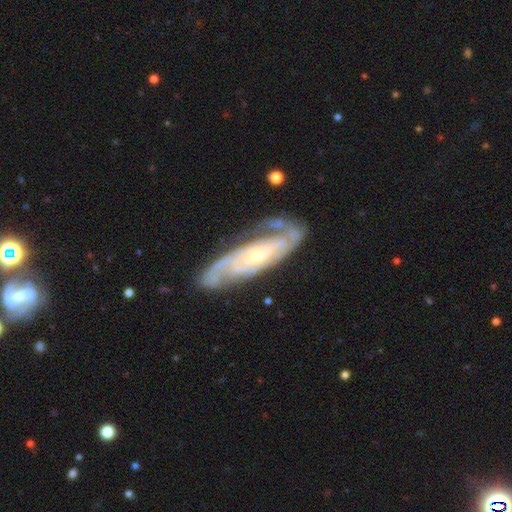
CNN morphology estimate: Smooth or featured? featured or disk (89%)
Edge-on disk? no (90%)
Bar? no (60%)
Spiral arms? yes (97%)
Spiral winding? tight (59%)
Spiral arm count? 2 (62%)
Bulge size? small (66%)
Merging? none (75%)